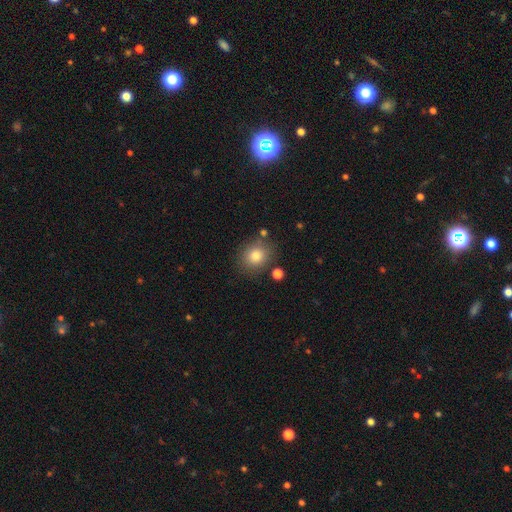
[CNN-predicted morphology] smooth_or_featured: smooth (p=0.81) [alt: star or artifact p=0.11]
how_rounded: round (p=0.71) [alt: in between p=0.28]
merging: none (p=0.79) [alt: minor disturbance p=0.12]